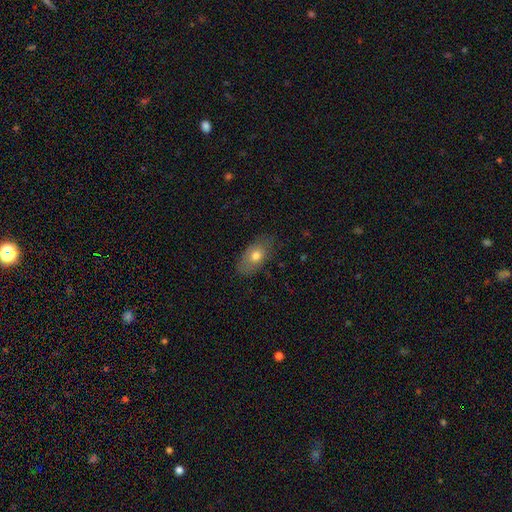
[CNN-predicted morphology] A smooth galaxy with no disk features (71%) that is in between round and cigar-shaped (89%). Merging: none (73%).